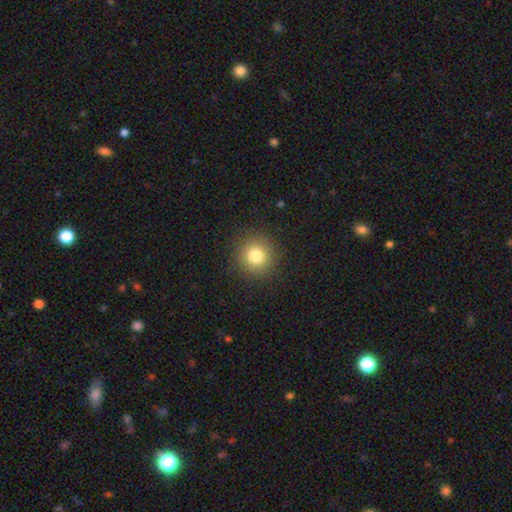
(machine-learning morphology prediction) Smooth or featured? smooth (80%)
How rounded? round (93%)
Merging? none (90%)